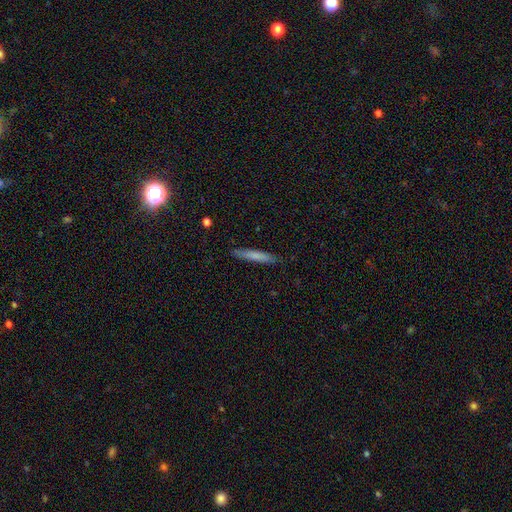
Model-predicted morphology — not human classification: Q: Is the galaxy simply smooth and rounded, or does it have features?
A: smooth — 73%.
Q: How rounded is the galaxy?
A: cigar-shaped — 94%.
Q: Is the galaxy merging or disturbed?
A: none — 87%.